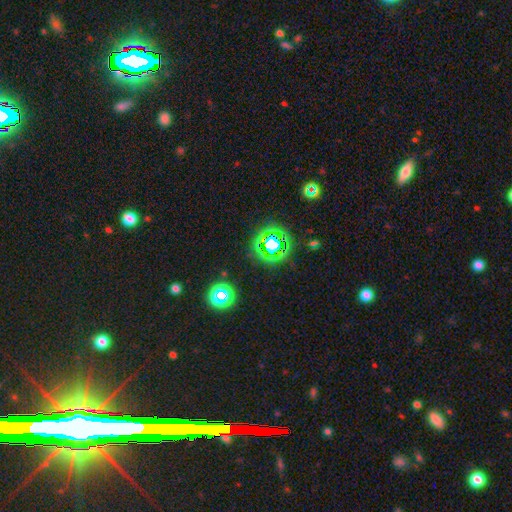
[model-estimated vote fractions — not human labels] smooth_or_featured: star or artifact (p=0.72) [alt: smooth p=0.19]